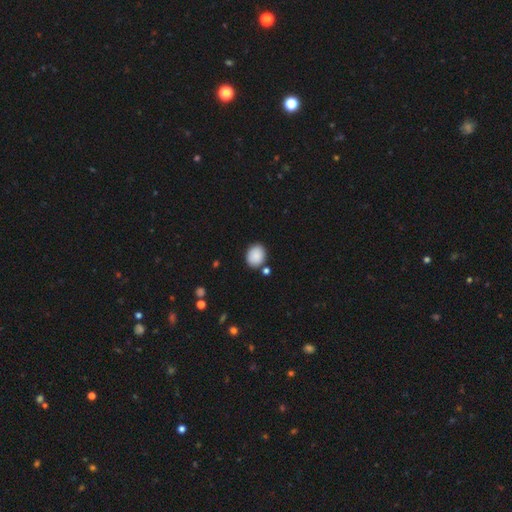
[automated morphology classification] A smooth galaxy with no disk features (88%) that is round (51%).

Vote fractions:
- Smooth or featured? smooth: 88% / star or artifact: 8% / featured or disk: 4%
- How rounded? round: 51% / in between: 48% / cigar-shaped: 1%
- Merging? none: 81% / minor disturbance: 11% / merger: 6% / major disturbance: 3%